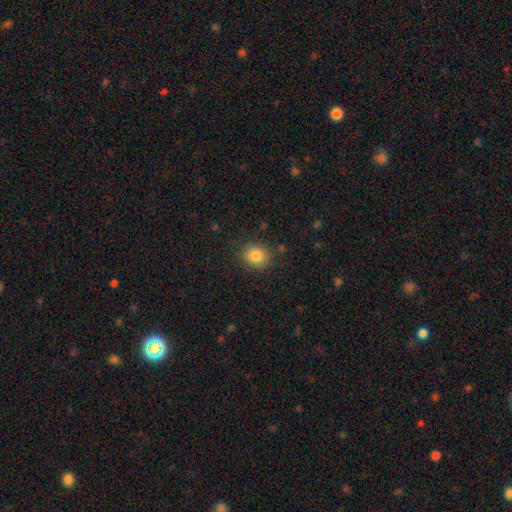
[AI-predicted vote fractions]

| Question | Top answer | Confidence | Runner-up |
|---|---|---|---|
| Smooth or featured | smooth | 84% | star or artifact (10%) |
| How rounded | round | 65% | in between (34%) |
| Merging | none | 86% | minor disturbance (10%) |